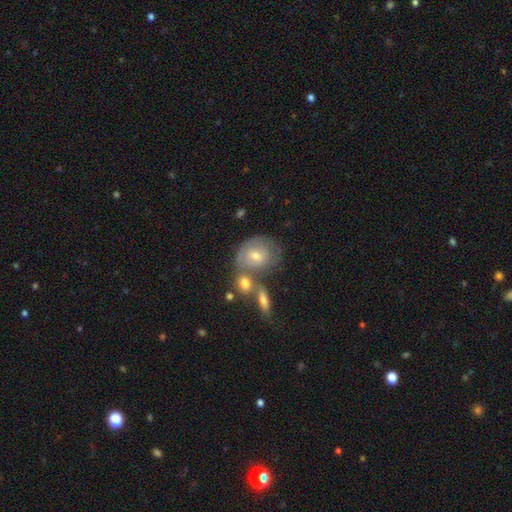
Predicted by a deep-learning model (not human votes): smooth-or-featured: smooth: 49% | featured or disk: 43% | star or artifact: 7%
  merging: merger: 37% (tied) | none: 37% (tied) | minor disturbance: 17% | major disturbance: 9%